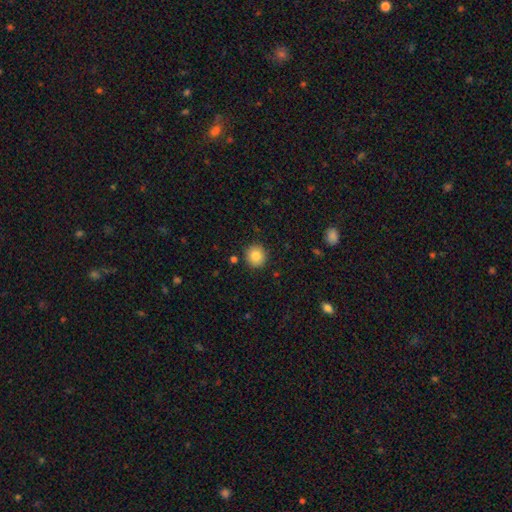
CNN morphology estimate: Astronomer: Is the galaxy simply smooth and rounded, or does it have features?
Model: smooth — 85%.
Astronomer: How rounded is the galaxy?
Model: round — 91%.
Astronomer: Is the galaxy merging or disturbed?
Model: none — 90%.